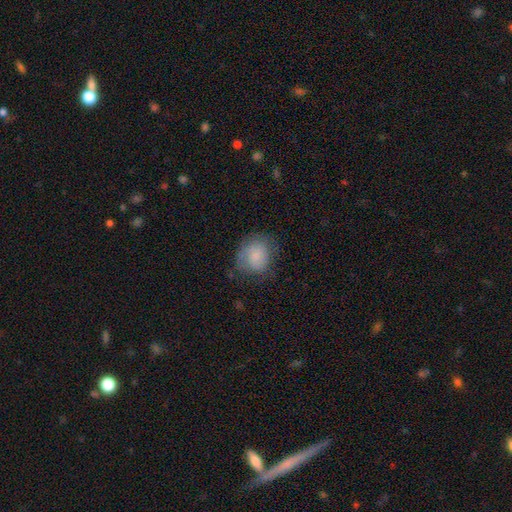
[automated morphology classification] Smooth or featured? smooth (77%)
How rounded? round (64%)
Merging? none (60%)